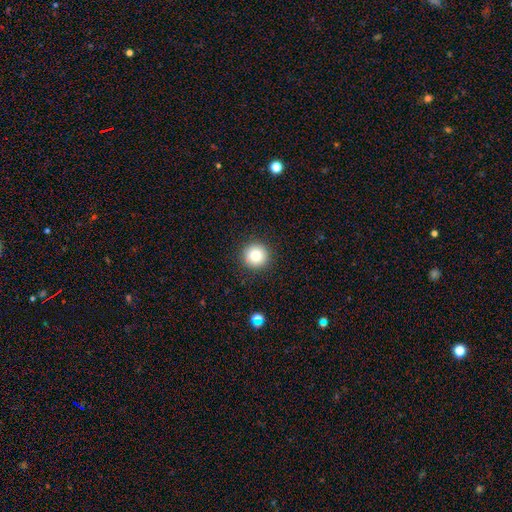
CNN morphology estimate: This is clearly a smooth galaxy (81%). How rounded: clearly round (96%). Merging: clearly none (92%).